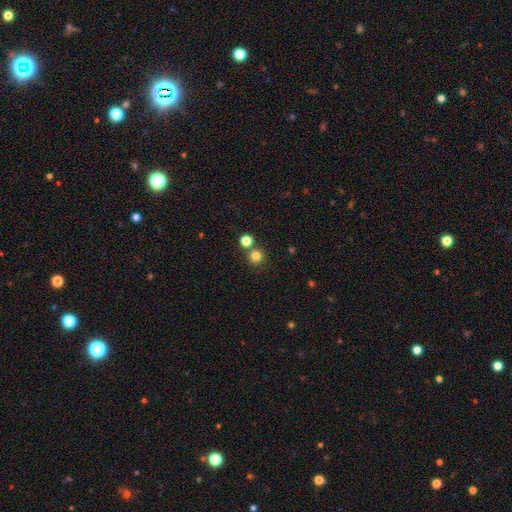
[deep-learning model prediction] The model was most divided on "merging": none: 76%, merger: 16%, minor disturbance: 6%, major disturbance: 2%. More confident: how rounded — round (94%); smooth or featured — smooth (80%).